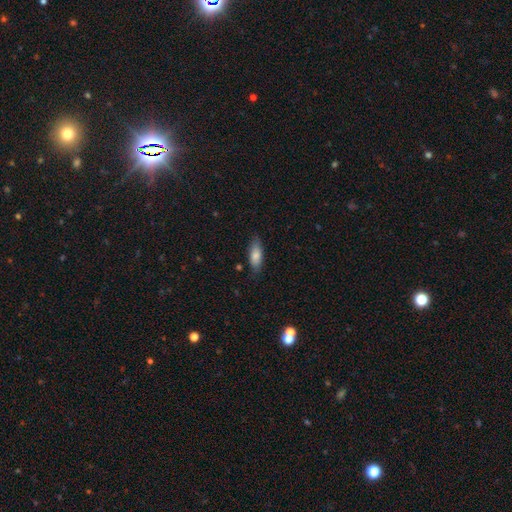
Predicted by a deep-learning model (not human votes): Smooth or featured?
  - smooth: 80% *
  - featured or disk: 14%
  - star or artifact: 6%
How rounded?
  - in between: 67% *
  - cigar-shaped: 31%
  - round: 2%
Merging?
  - none: 80% *
  - minor disturbance: 15%
  - major disturbance: 3%
  - merger: 1%